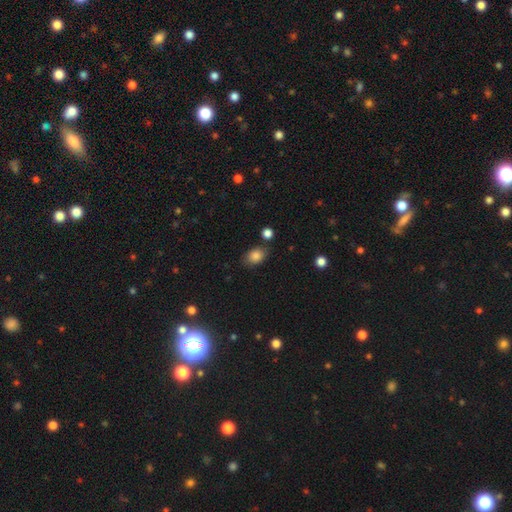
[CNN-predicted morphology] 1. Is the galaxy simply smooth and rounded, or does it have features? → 84% smooth, 10% star or artifact, 6% featured or disk.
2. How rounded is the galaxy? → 72% in between, 27% round, 1% cigar-shaped.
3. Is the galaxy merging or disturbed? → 78% none, 14% minor disturbance, 4% merger, 4% major disturbance.